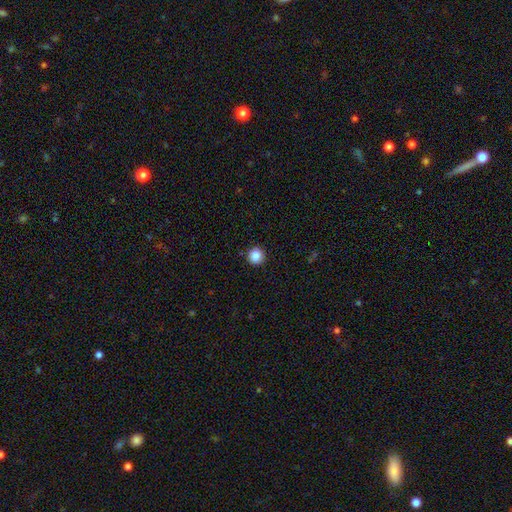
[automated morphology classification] smooth_or_featured: smooth (p=0.87) [alt: star or artifact p=0.10]
how_rounded: round (p=0.95) [alt: in between p=0.04]
merging: none (p=0.92) [alt: minor disturbance p=0.05]